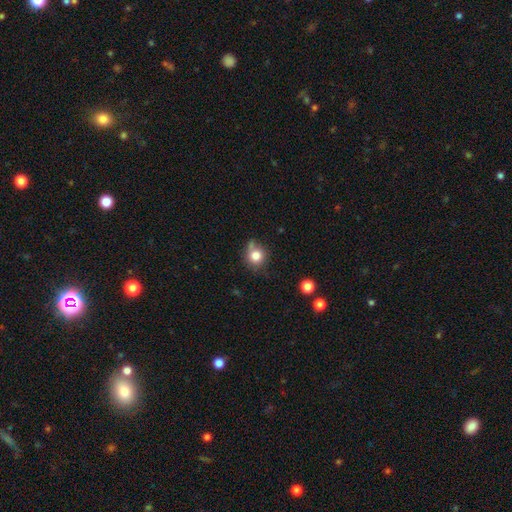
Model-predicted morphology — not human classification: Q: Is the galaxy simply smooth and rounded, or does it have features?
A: smooth — 80%.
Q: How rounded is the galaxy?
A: round — 87%.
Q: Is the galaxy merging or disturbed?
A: none — 64%.